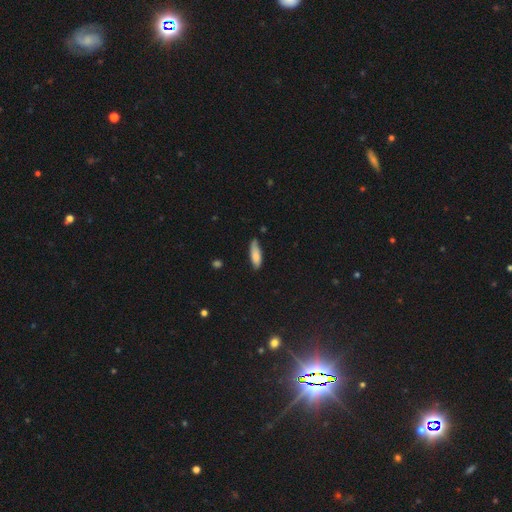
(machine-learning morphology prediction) Overall: smooth (79%). How rounded: cigar-shaped (50%; in between 49%). Merging: none (68%).